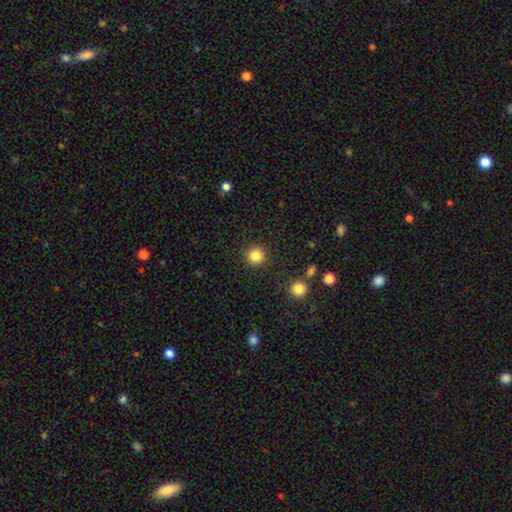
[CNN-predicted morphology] Smooth or featured? smooth (84%)
How rounded? round (95%)
Merging? none (91%)